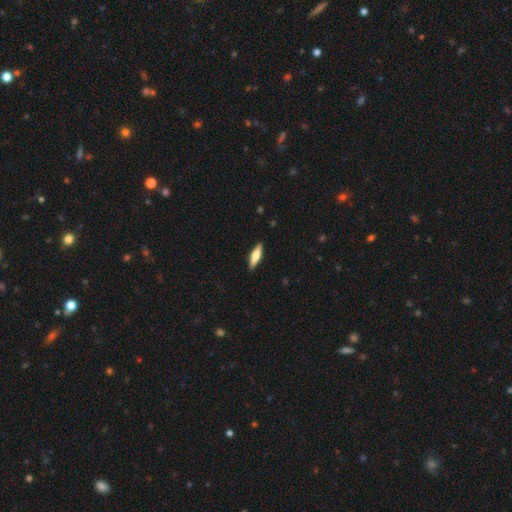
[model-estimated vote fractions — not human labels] smooth-or-featured: smooth: 69% | featured or disk: 25% | star or artifact: 5%
  how-rounded: cigar-shaped: 66% | in between: 32% | round: 2%
  merging: none: 89% | minor disturbance: 8% | major disturbance: 2% | merger: 1%